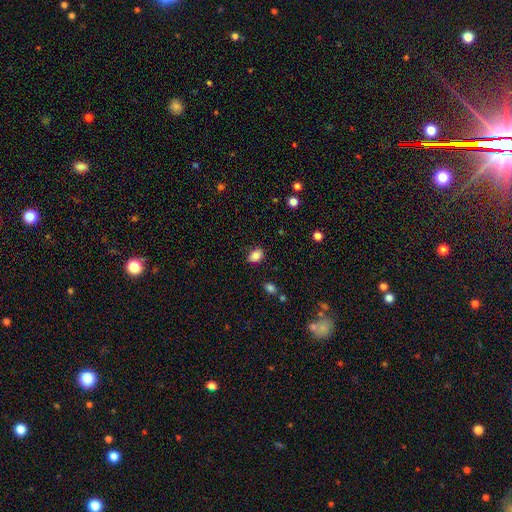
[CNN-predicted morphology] A smooth galaxy with no disk features (83%) that is in between round and cigar-shaped (80%).

Vote fractions:
- Smooth or featured? smooth: 83% / star or artifact: 9% / featured or disk: 8%
- How rounded? in between: 80% / round: 19% / cigar-shaped: 1%
- Merging? none: 83% / minor disturbance: 13% / major disturbance: 3% / merger: 2%